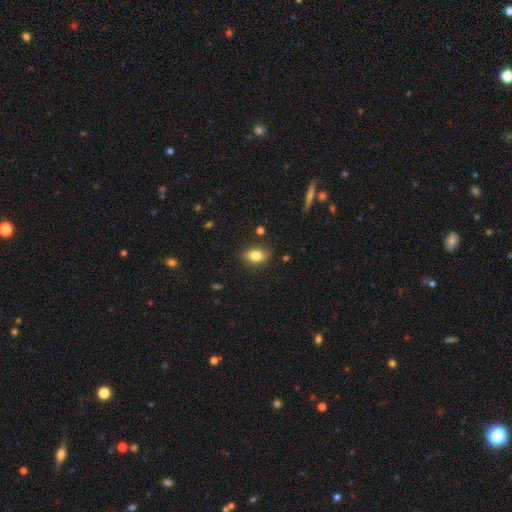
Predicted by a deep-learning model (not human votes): The model was most divided on "how rounded": in between: 75%, round: 23%, cigar-shaped: 2%. More confident: merging — none (84%); smooth or featured — smooth (82%).